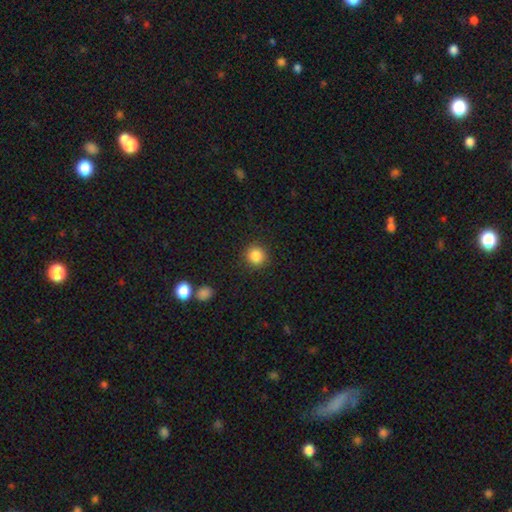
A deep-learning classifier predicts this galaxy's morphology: type=smooth (86%); roundness=round (93%); merging=none (91%).